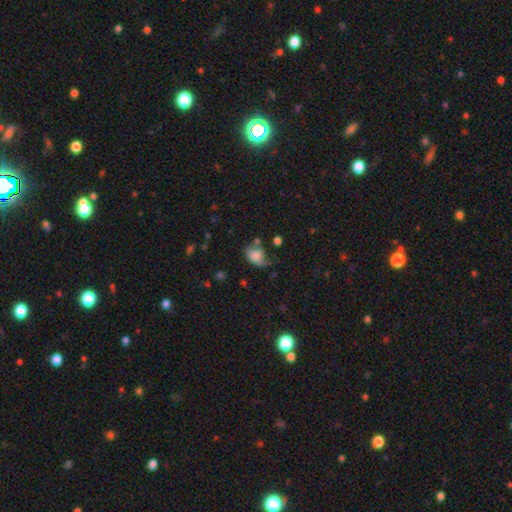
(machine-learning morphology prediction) smooth 71%, featured or disk 19%, star or artifact 10%. Down the decision tree: how rounded — in between (61%); merging — minor disturbance (33%).